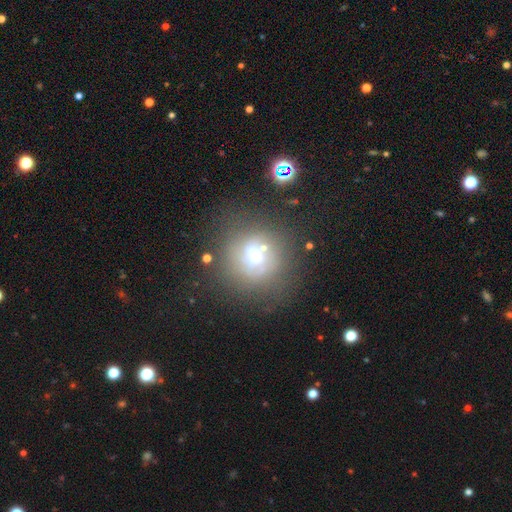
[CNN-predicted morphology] Overall: smooth (44%; featured or disk 39%). Merging: none (57%; minor disturbance 18%).